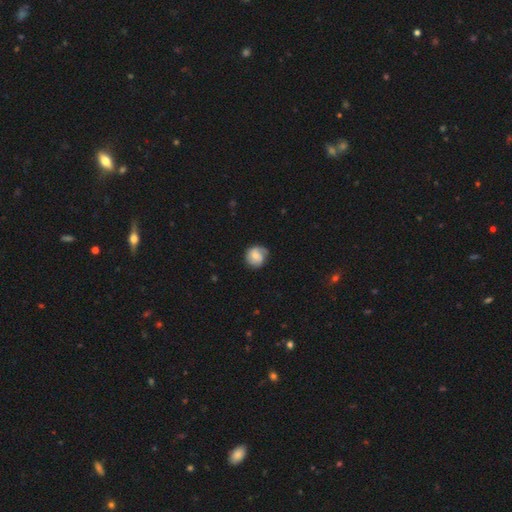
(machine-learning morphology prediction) Q: Smooth or featured?
A: smooth (54%); runner-up: featured or disk (39%)
Q: How rounded?
A: round (85%); runner-up: in between (14%)
Q: Merging?
A: none (64%); runner-up: minor disturbance (26%)